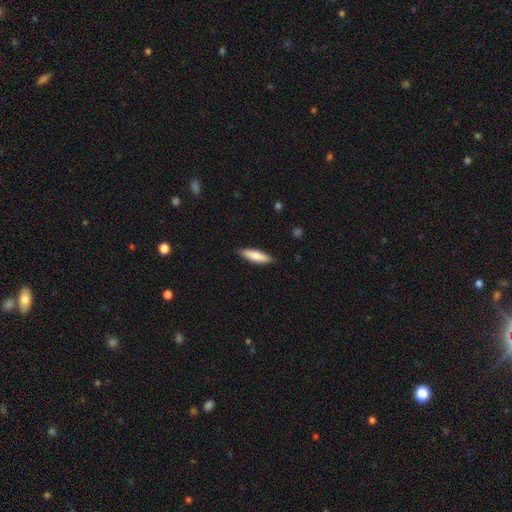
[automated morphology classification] Smooth or featured?
  - smooth: 76% *
  - featured or disk: 18%
  - star or artifact: 5%
How rounded?
  - cigar-shaped: 68% *
  - in between: 31%
  - round: 2%
Merging?
  - none: 87% *
  - minor disturbance: 10%
  - major disturbance: 2%
  - merger: 1%